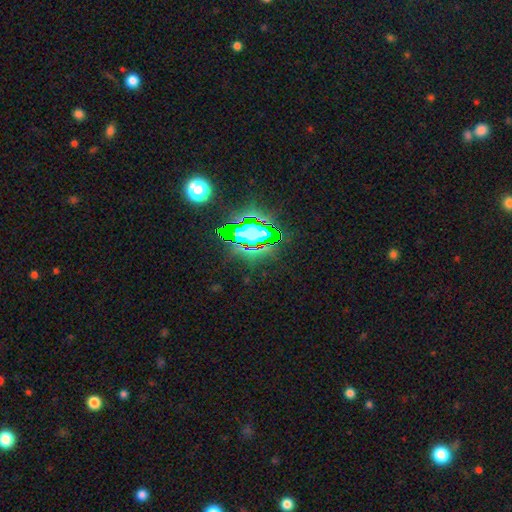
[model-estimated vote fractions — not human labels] This is likely a star or artifact rather than a galaxy (78%).